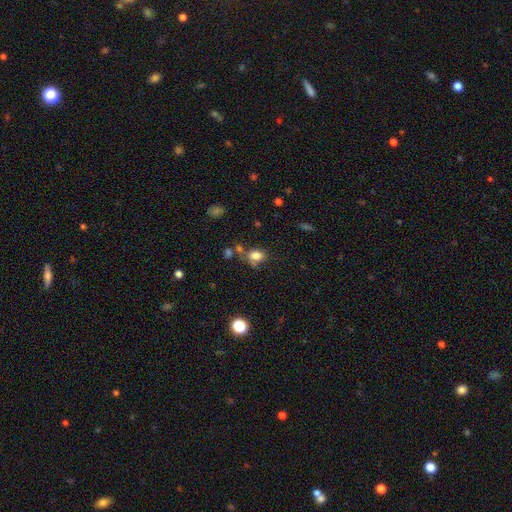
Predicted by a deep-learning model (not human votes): A smooth galaxy with no disk features (79%) that is in between round and cigar-shaped (65%). Merging: none (56%).